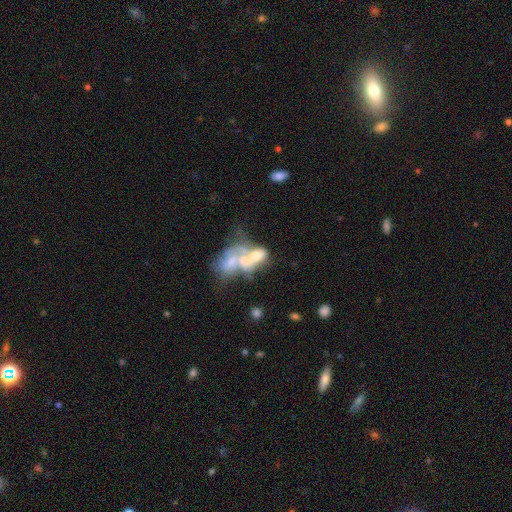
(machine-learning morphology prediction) Smooth or featured? Predicted: featured or disk (p=0.55). Edge-on disk? Predicted: no (p=0.97). Bar? Predicted: no (p=0.84). Spiral arms? Predicted: no (p=0.78). Bulge size? Predicted: moderate (p=0.38). Merging? Predicted: merger (p=0.71).